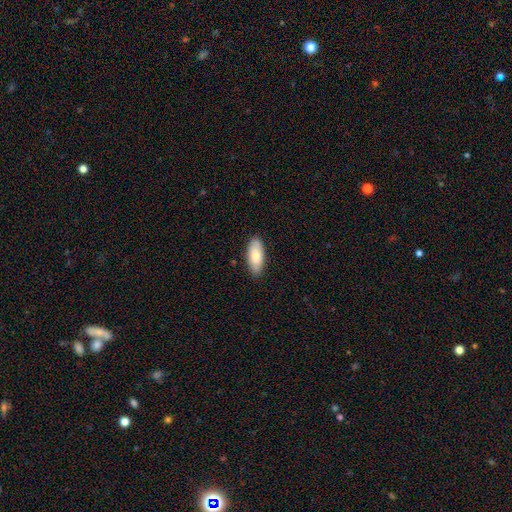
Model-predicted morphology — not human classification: type=smooth (79%); roundness=in between (85%); merging=none (86%).